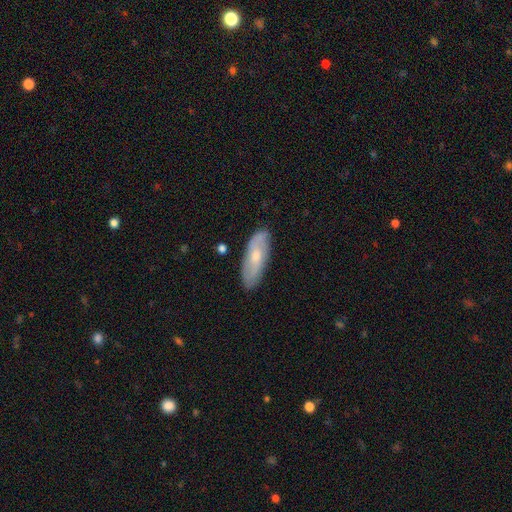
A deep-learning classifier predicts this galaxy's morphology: Smooth or featured? Predicted: featured or disk (p=0.47, tied with smooth). Merging? Predicted: none (p=0.83).